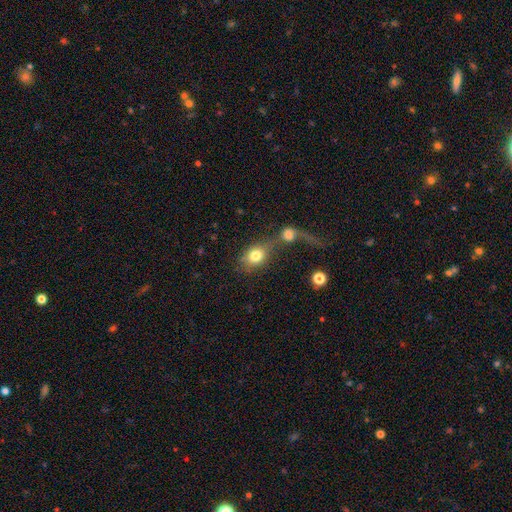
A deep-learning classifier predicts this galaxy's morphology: smooth 79%, featured or disk 12%, star or artifact 9%. Down the decision tree: how rounded — in between (56%); merging — merger (52%).